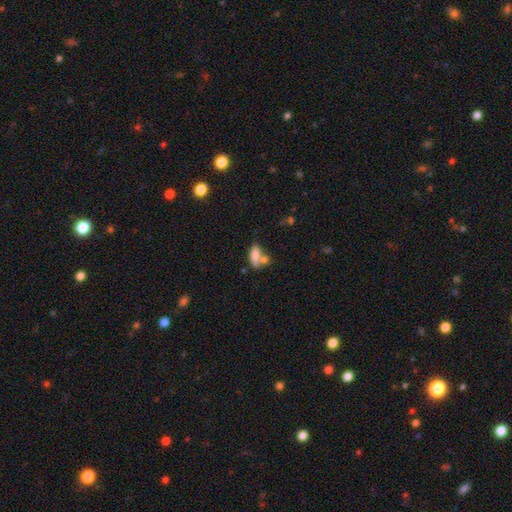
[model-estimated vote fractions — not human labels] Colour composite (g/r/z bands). It shows a smooth galaxy with no disk features (77%) that is in between round and cigar-shaped (80%). Merging: merger (41%).